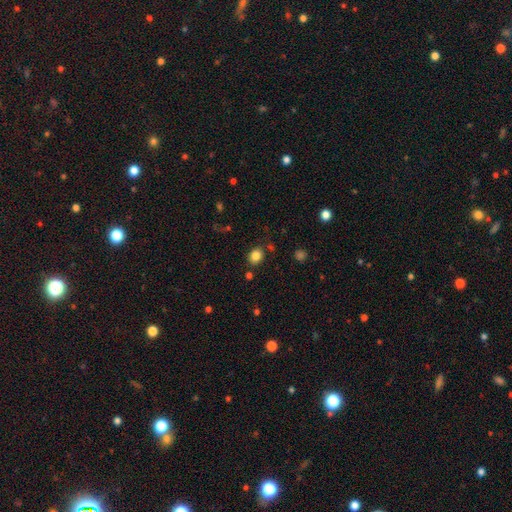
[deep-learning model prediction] This is clearly a smooth galaxy (83%). How rounded: possibly round (57%). Merging: clearly none (82%).